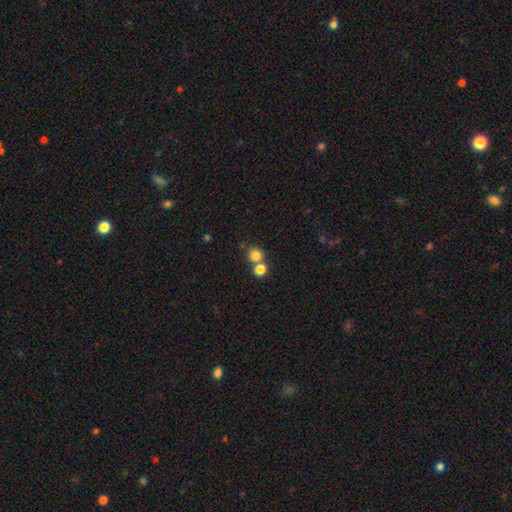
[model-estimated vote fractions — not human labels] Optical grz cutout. It shows a smooth galaxy with no disk features (81%) that is round (87%). Merging: none (54%).